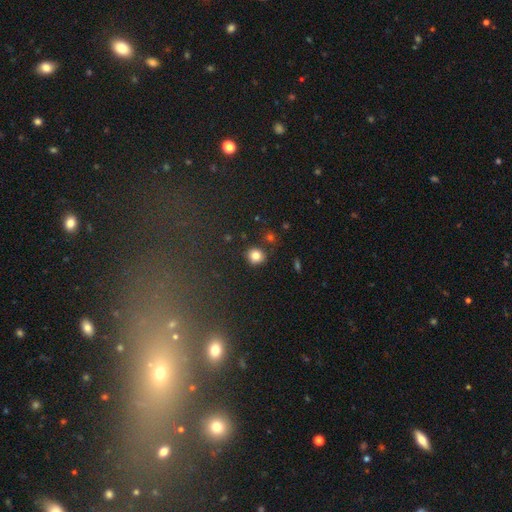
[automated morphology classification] Q: Smooth or featured?
A: smooth (82%); runner-up: star or artifact (11%)
Q: How rounded?
A: round (82%); runner-up: in between (17%)
Q: Merging?
A: none (86%); runner-up: minor disturbance (8%)